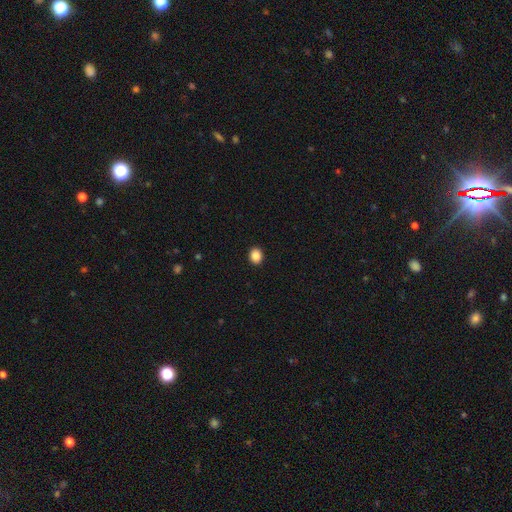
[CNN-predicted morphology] smooth 87%, star or artifact 9%, featured or disk 4%. Down the decision tree: how rounded — round (59%); merging — none (92%).